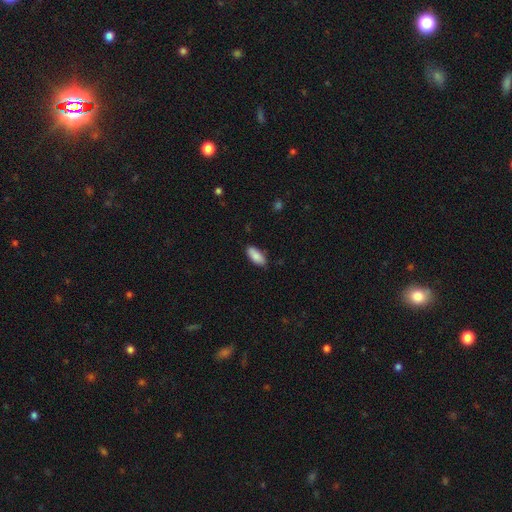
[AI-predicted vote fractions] Smooth or featured? Predicted: smooth (p=0.87). How rounded? Predicted: in between (p=0.85). Merging? Predicted: none (p=0.84).